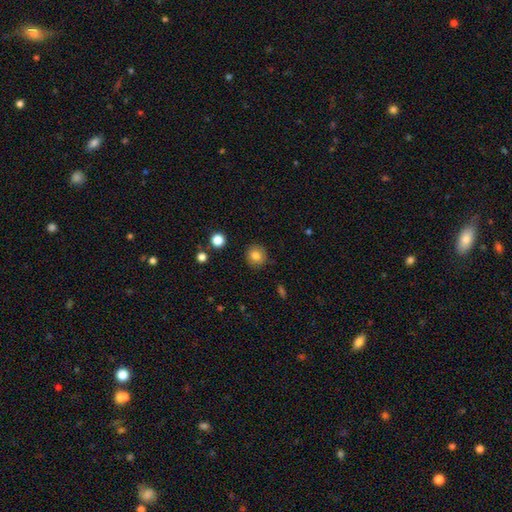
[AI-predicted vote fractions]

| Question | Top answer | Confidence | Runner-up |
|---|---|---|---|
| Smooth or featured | smooth | 81% | star or artifact (10%) |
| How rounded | round | 90% | in between (9%) |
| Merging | none | 89% | minor disturbance (7%) |